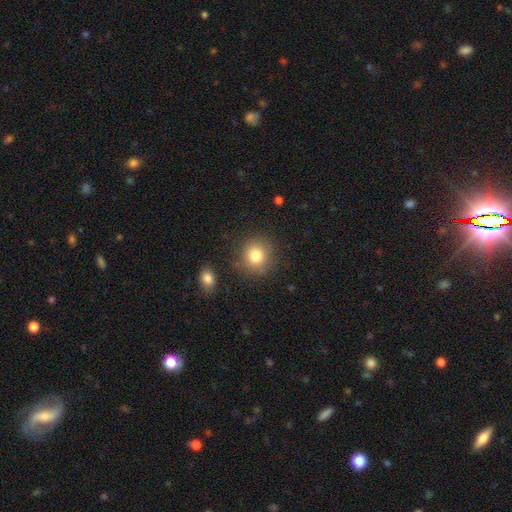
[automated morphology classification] This is clearly a smooth galaxy (81%). How rounded: clearly round (86%). Merging: clearly none (82%).